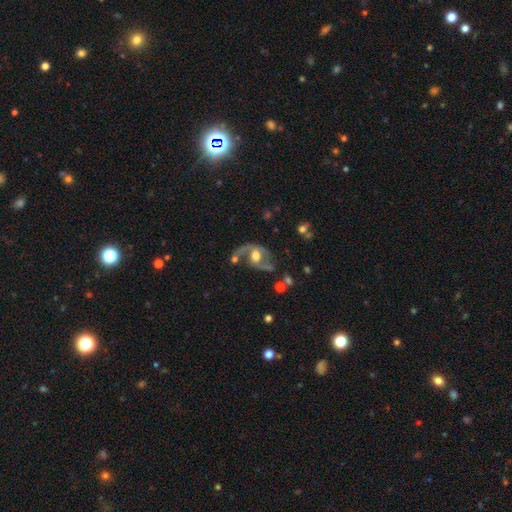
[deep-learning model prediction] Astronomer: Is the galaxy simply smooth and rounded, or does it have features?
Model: featured or disk — 80%.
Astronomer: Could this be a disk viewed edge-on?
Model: no — 96%.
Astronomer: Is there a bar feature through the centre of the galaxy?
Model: no — 44% (runner-up: weak, 39%).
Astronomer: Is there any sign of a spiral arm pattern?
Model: yes — 85%.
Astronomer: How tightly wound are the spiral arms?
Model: loose — 54% (runner-up: medium, 37%).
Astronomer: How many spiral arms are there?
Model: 2 — 81%.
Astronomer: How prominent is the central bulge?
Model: moderate — 60%.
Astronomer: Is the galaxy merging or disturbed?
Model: none — 47% (runner-up: major disturbance, 24%).